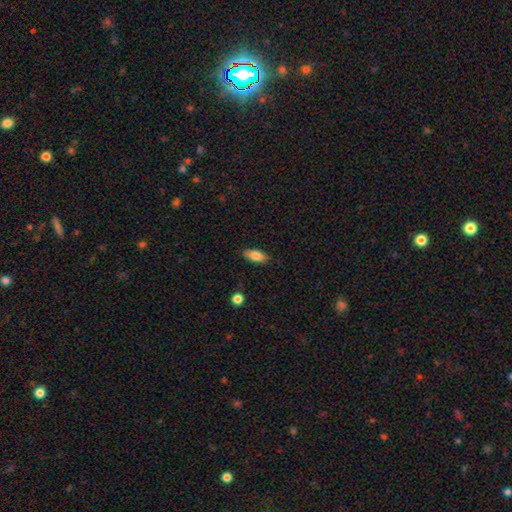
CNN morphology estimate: type=smooth (81%); roundness=in between (80%); merging=none (86%).